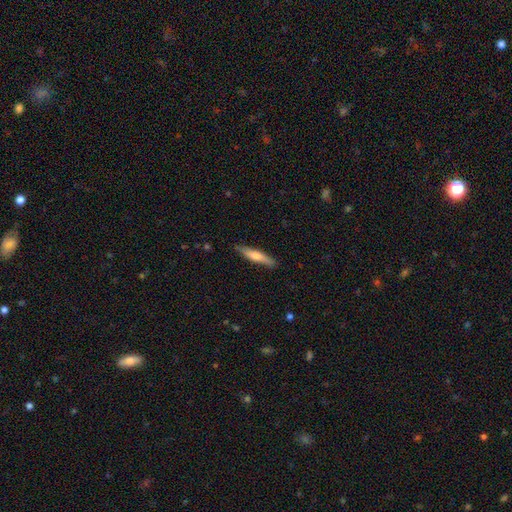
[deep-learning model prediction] This appears to be a smooth galaxy with no disk features (59%) that is cigar-shaped (86%). Merging: none (86%).